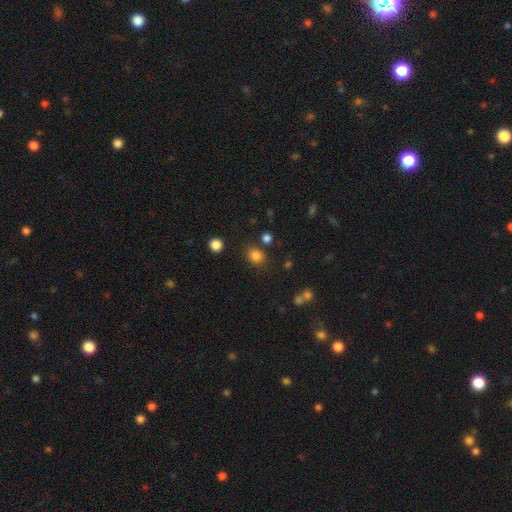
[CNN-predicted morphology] This is clearly a smooth galaxy (82%). How rounded: likely round (60%). Merging: likely none (80%).